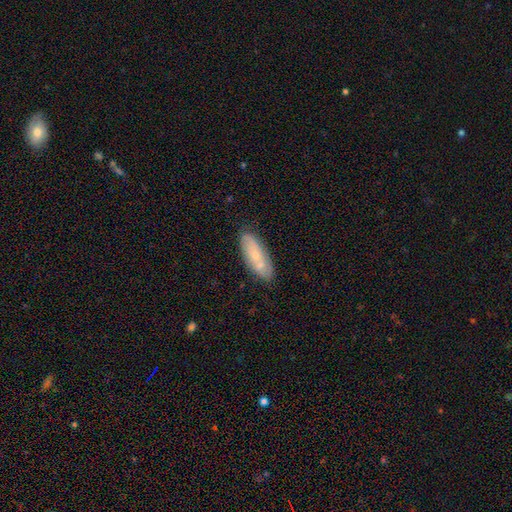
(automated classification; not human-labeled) Q: Smooth or featured?
A: smooth (54%); runner-up: featured or disk (39%)
Q: How rounded?
A: in between (69%); runner-up: cigar-shaped (29%)
Q: Merging?
A: none (74%); runner-up: minor disturbance (16%)